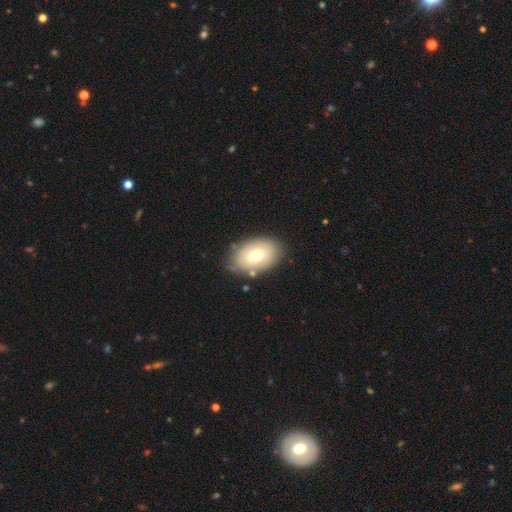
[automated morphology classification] A smooth galaxy with no disk features (69%) that is in between round and cigar-shaped (88%).

Vote fractions:
- Smooth or featured? smooth: 69% / featured or disk: 24% / star or artifact: 7%
- How rounded? in between: 88% / round: 10% / cigar-shaped: 1%
- Merging? none: 78% / minor disturbance: 14% / major disturbance: 4% / merger: 3%